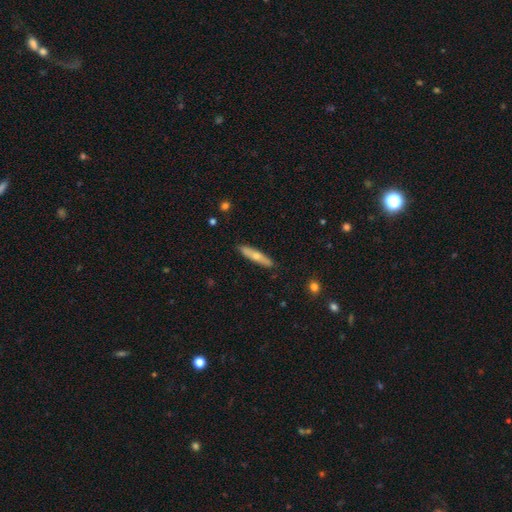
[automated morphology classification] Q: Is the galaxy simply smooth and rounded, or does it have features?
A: smooth — 56%.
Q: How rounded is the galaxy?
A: cigar-shaped — 86%.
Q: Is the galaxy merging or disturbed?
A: none — 88%.